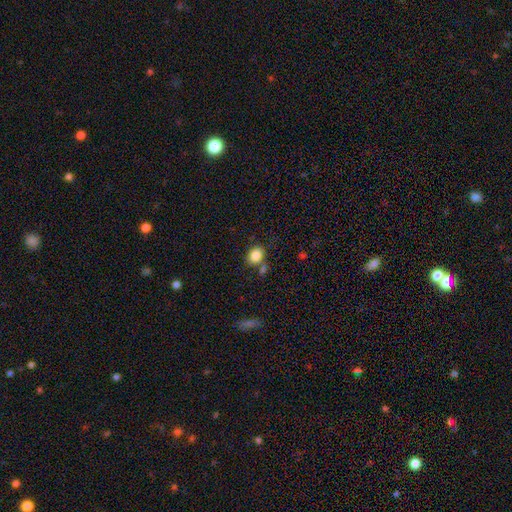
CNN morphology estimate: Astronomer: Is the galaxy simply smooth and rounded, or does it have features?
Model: smooth — 84%.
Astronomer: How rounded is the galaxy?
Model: round — 50% (runner-up: in between, 49%).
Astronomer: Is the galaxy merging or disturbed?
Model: none — 69%.